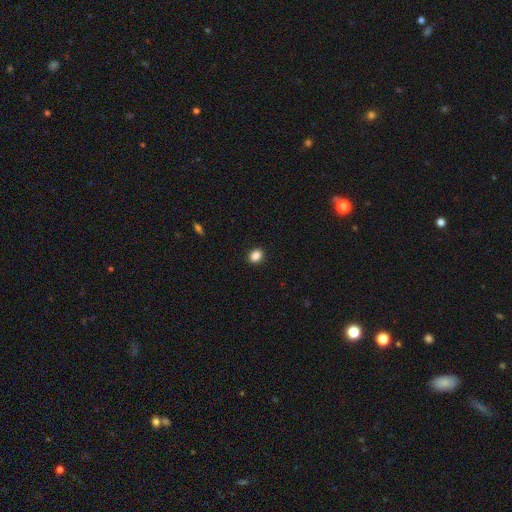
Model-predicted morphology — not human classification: smooth_or_featured: smooth (p=0.87) [alt: star or artifact p=0.10]
how_rounded: round (p=0.58) [alt: in between p=0.40]
merging: none (p=0.91) [alt: minor disturbance p=0.06]